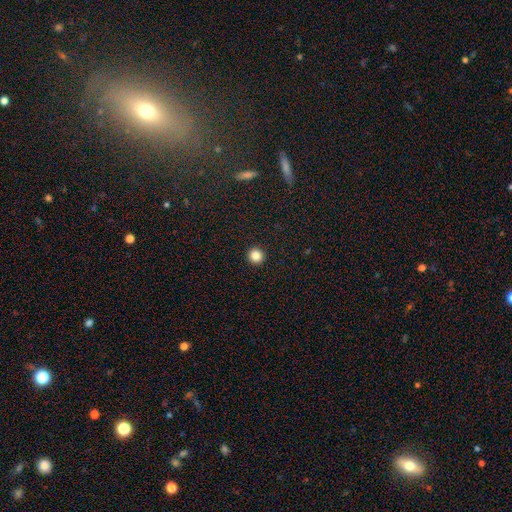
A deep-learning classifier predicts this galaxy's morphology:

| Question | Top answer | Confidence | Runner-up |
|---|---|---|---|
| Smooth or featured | smooth | 85% | star or artifact (11%) |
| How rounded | round | 95% | in between (4%) |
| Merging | none | 94% | minor disturbance (4%) |